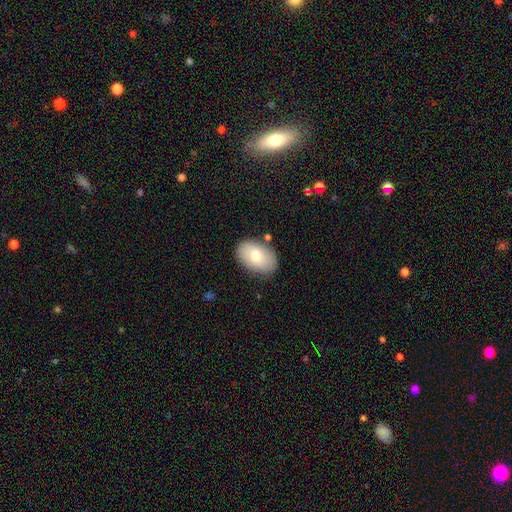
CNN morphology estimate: smooth_or_featured: smooth (p=0.72) [alt: featured or disk p=0.21]
how_rounded: in between (p=0.89) [alt: round p=0.10]
merging: none (p=0.82) [alt: minor disturbance p=0.12]